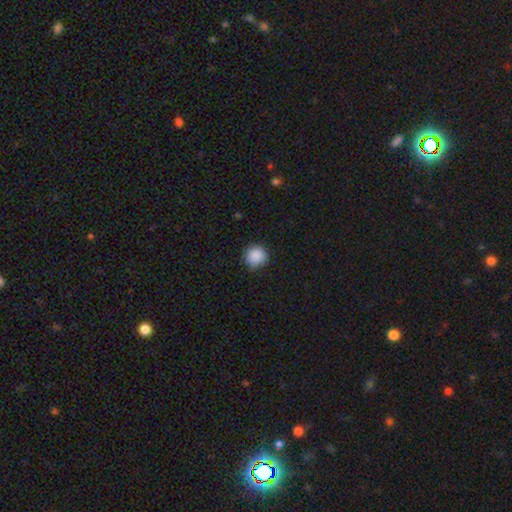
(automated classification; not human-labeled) This appears to be a smooth galaxy with no disk features (88%) that is round (94%). Merging: none (86%).